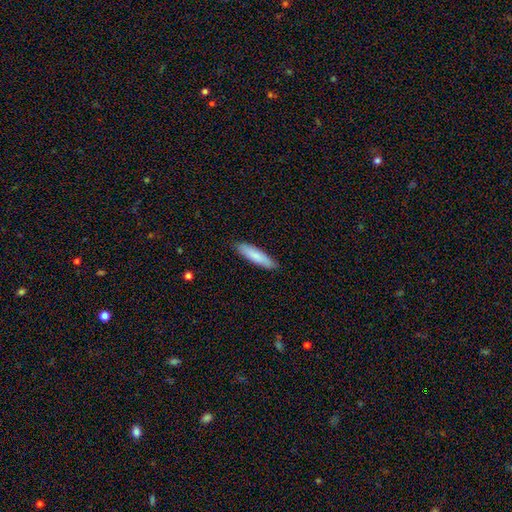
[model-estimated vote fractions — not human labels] A smooth galaxy with no disk features (84%) that is cigar-shaped (76%).

Vote fractions:
- Smooth or featured? smooth: 84% / featured or disk: 11% / star or artifact: 5%
- How rounded? cigar-shaped: 76% / in between: 23% / round: 1%
- Merging? none: 88% / minor disturbance: 9% / major disturbance: 2% / merger: 1%